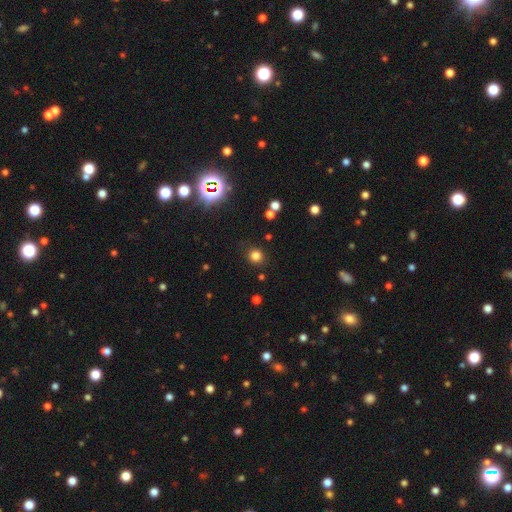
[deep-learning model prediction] Smooth or featured? Predicted: smooth (p=0.78). How rounded? Predicted: round (p=0.88). Merging? Predicted: none (p=0.86).